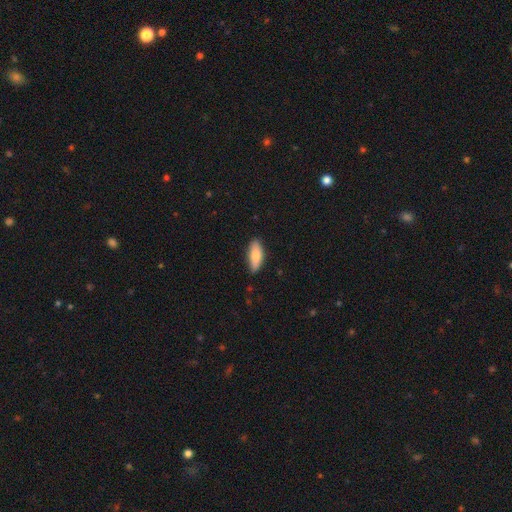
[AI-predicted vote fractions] A smooth galaxy with no disk features (80%) that is in between round and cigar-shaped (72%).

Vote fractions:
- Smooth or featured? smooth: 80% / featured or disk: 15% / star or artifact: 6%
- How rounded? in between: 72% / cigar-shaped: 26% / round: 2%
- Merging? none: 83% / minor disturbance: 13% / major disturbance: 2% / merger: 1%